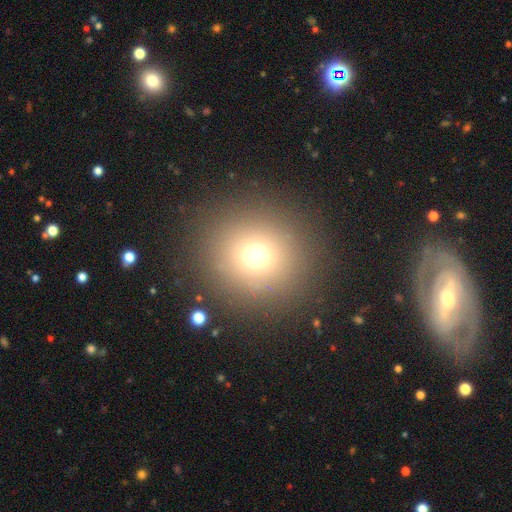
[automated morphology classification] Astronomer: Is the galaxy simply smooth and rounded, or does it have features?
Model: smooth — 68%.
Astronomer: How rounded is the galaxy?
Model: round — 93%.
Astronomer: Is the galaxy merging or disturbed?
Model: none — 88%.